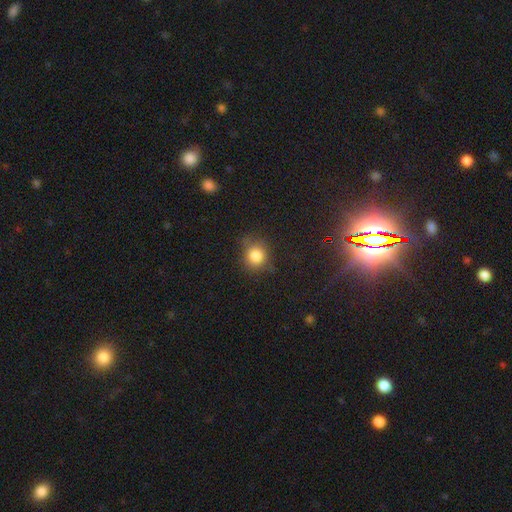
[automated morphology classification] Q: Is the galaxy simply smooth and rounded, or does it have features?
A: smooth — 83%.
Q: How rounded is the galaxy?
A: round — 81%.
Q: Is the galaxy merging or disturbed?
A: none — 72%.